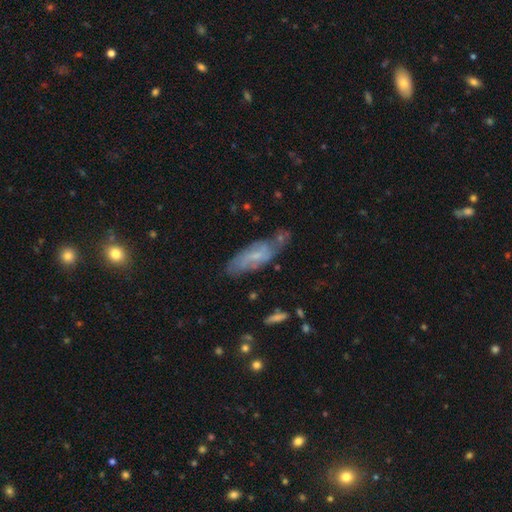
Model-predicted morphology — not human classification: A featured or disk galaxy (55%).

Vote fractions:
- Smooth or featured? featured or disk: 55% / smooth: 37% / star or artifact: 8%
- Edge-on disk? no: 79% / yes: 21%
- Merging? none: 59% / minor disturbance: 25% / major disturbance: 8% / merger: 7%